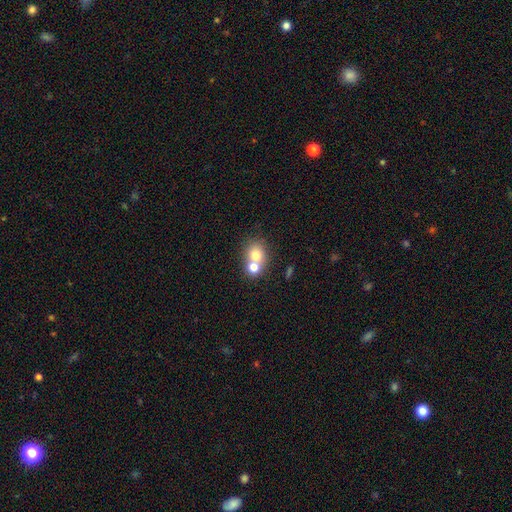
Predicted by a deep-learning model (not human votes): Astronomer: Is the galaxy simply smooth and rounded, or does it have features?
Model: smooth — 72%.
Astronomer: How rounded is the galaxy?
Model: round — 69%.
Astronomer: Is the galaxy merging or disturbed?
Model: merger — 58%.